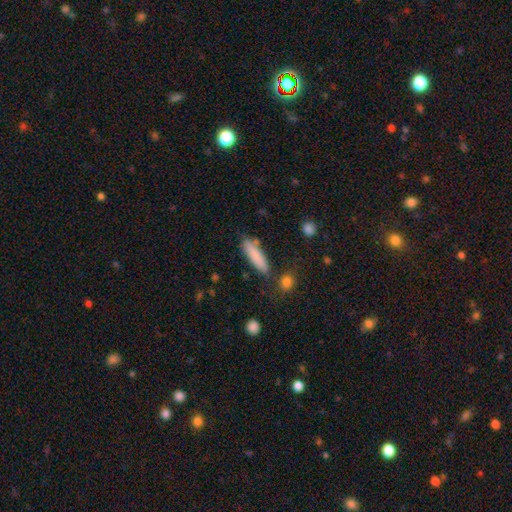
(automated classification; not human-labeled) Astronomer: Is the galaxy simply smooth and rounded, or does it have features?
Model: smooth — 84%.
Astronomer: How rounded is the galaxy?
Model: cigar-shaped — 72%.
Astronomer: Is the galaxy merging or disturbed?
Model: none — 76%.